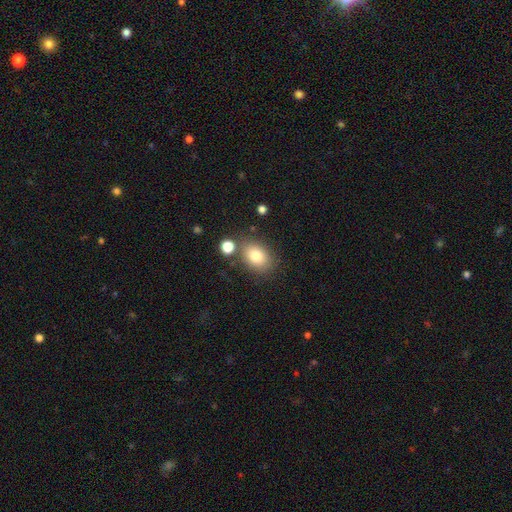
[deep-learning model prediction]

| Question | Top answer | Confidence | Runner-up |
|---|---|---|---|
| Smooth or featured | smooth | 81% | featured or disk (10%) |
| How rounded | in between | 70% | round (29%) |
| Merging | none | 74% | minor disturbance (13%) |